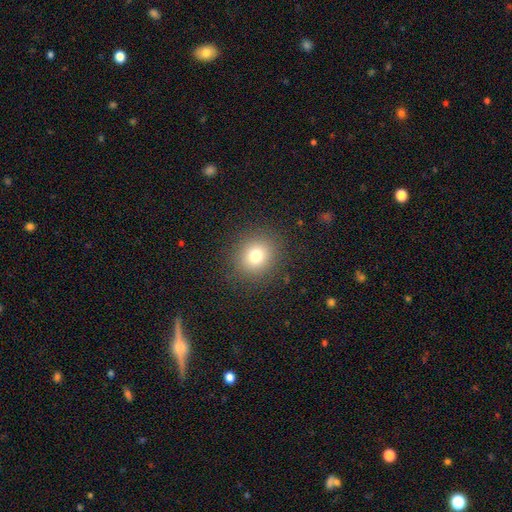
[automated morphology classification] Smooth or featured? Predicted: smooth (p=0.77). How rounded? Predicted: round (p=0.85). Merging? Predicted: none (p=0.89).